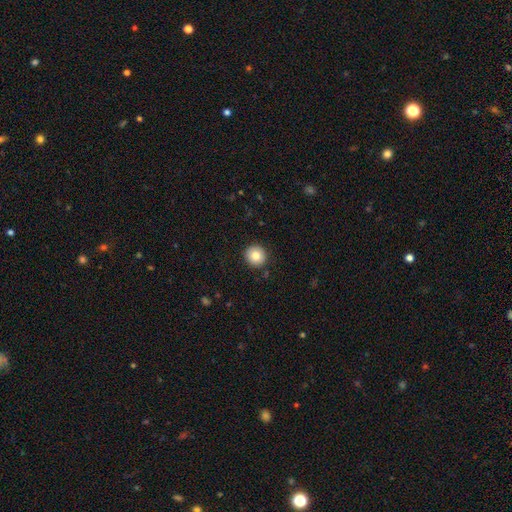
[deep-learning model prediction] A smooth galaxy with no disk features (82%) that is round (93%).

Vote fractions:
- Smooth or featured? smooth: 82% / star or artifact: 9% / featured or disk: 9%
- How rounded? round: 93% / in between: 6% / cigar-shaped: 1%
- Merging? none: 91% / minor disturbance: 6% / major disturbance: 2% / merger: 1%